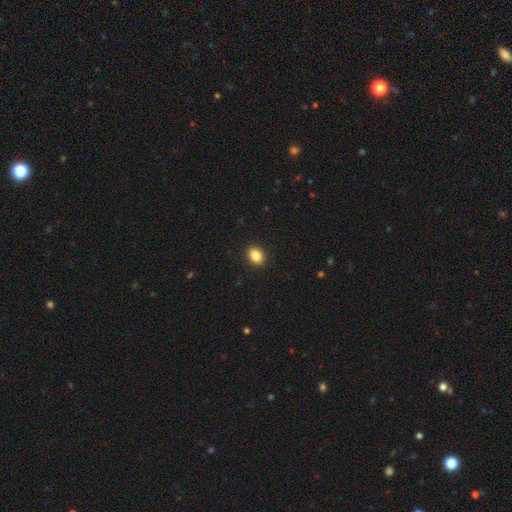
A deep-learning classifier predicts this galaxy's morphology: Overall: smooth (86%). How rounded: round (50%; in between 49%). Merging: none (92%).